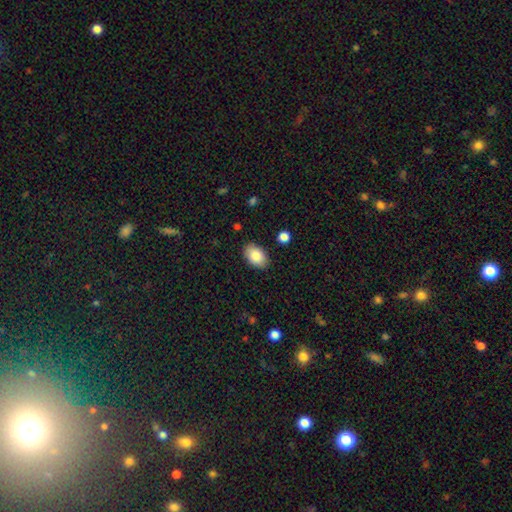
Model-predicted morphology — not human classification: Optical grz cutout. It shows a smooth galaxy with no disk features (85%) that is in between round and cigar-shaped (90%). Merging: none (88%).